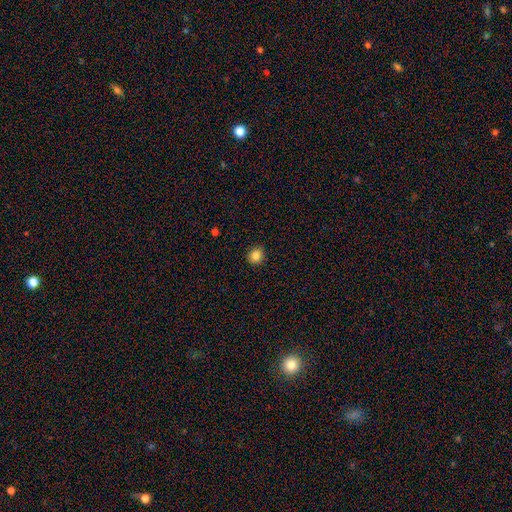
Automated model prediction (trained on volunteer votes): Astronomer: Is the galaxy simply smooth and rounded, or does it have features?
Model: smooth — 84%.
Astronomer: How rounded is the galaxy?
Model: round — 85%.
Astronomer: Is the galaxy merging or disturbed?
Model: none — 91%.